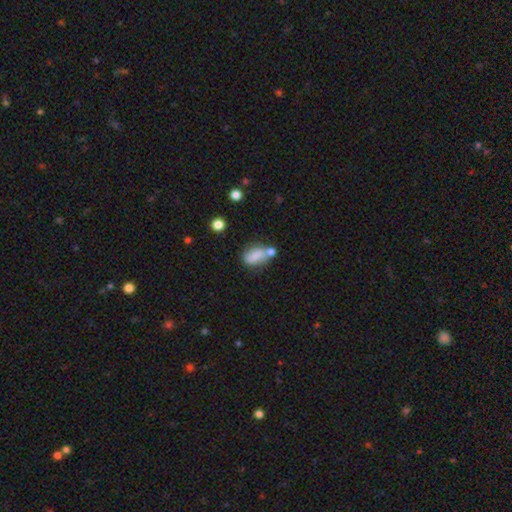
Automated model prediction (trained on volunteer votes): Morphology: type=smooth (77%); roundness=in between (82%); merging=none (41%).